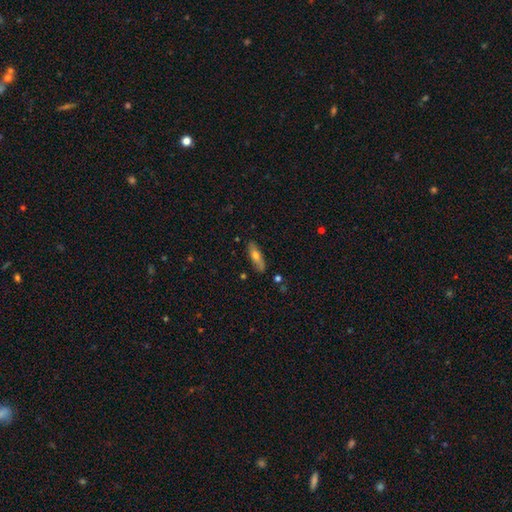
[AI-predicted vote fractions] smooth_or_featured: smooth (p=0.63) [alt: featured or disk p=0.30]
how_rounded: cigar-shaped (p=0.50) [alt: in between p=0.47]
merging: none (p=0.82) [alt: minor disturbance p=0.14]